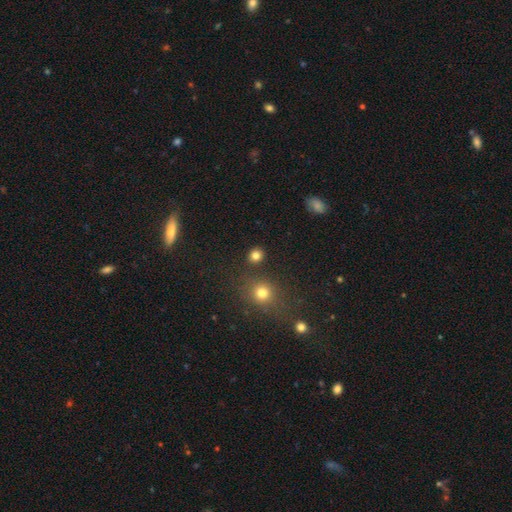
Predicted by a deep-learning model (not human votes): smooth-or-featured: smooth: 81% | star or artifact: 14% | featured or disk: 5%
  how-rounded: round: 82% | in between: 17% | cigar-shaped: 1%
  merging: none: 85% | minor disturbance: 7% | merger: 5% | major disturbance: 3%